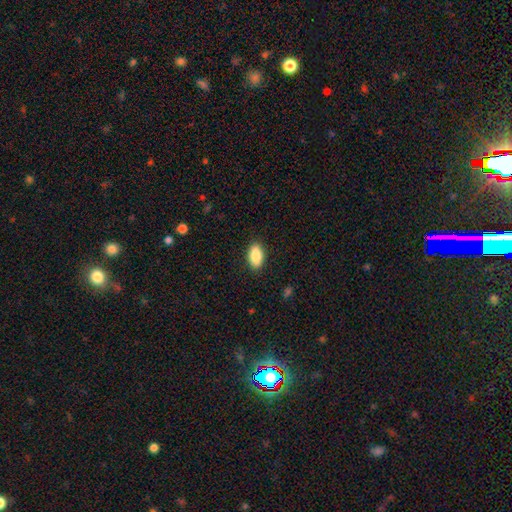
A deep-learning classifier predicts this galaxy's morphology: smooth-or-featured: smooth: 89% | star or artifact: 7% | featured or disk: 5%
  how-rounded: in between: 92% | cigar-shaped: 5% | round: 4%
  merging: none: 89% | minor disturbance: 8% | major disturbance: 2% | merger: 1%